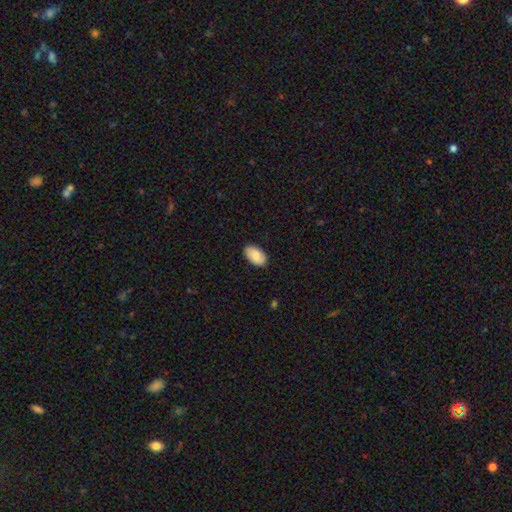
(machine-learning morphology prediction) Smooth or featured? smooth (80%)
How rounded? in between (95%)
Merging? none (87%)